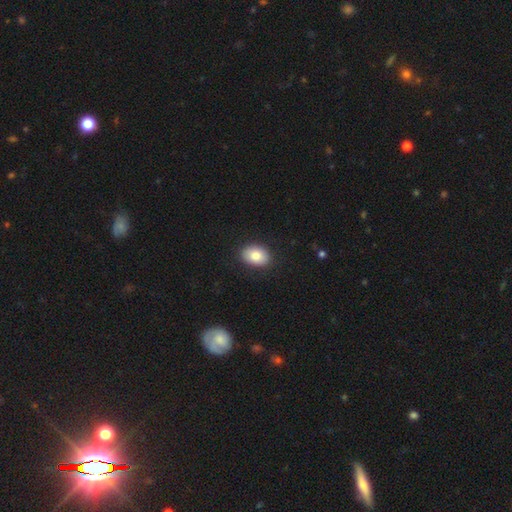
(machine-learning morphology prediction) Smooth or featured: smooth — 85% (featured or disk — 8%)
How rounded: in between — 83% (round — 16%)
Merging: none — 88% (minor disturbance — 9%)